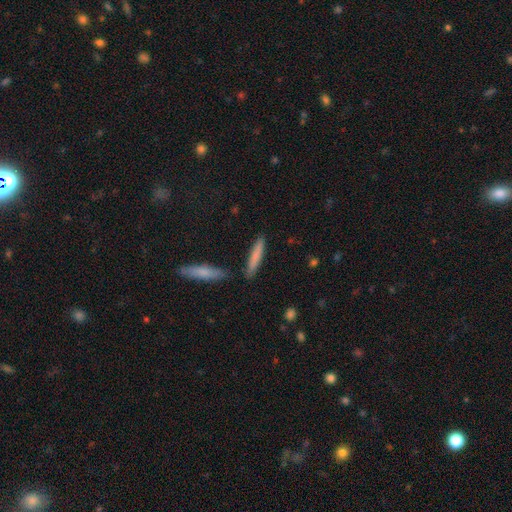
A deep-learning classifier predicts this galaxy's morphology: type=smooth (76%); roundness=cigar-shaped (91%); merging=none (83%).